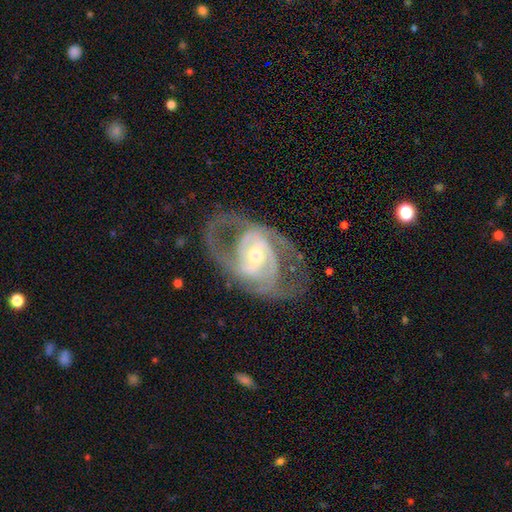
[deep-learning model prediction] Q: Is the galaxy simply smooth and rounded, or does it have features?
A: featured or disk — 90%.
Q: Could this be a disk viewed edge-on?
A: no — 97%.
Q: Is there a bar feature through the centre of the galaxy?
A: weak — 42%.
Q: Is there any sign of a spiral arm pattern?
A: yes — 96%.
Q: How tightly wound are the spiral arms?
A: medium — 53%.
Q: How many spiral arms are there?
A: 2 — 63%.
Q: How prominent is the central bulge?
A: moderate — 49%.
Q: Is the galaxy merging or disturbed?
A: none — 64%.